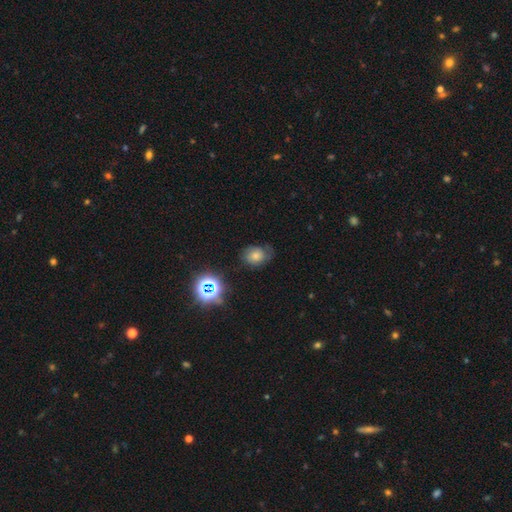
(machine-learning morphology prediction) Overall: smooth (64%). How rounded: in between (57%; round 42%). Merging: none (59%; minor disturbance 29%).